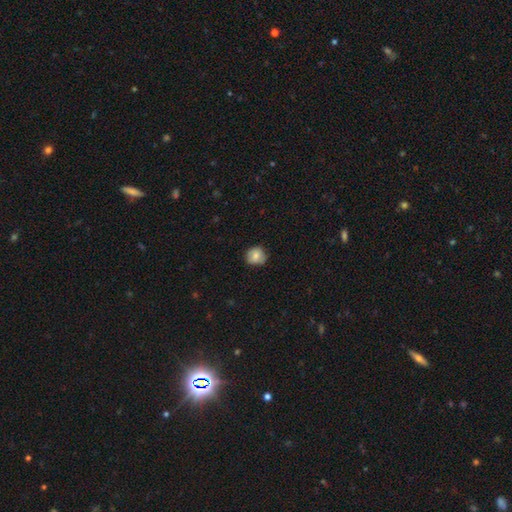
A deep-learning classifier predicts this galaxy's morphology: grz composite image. It shows a smooth galaxy with no disk features (78%) that is round (83%). Merging: none (76%).